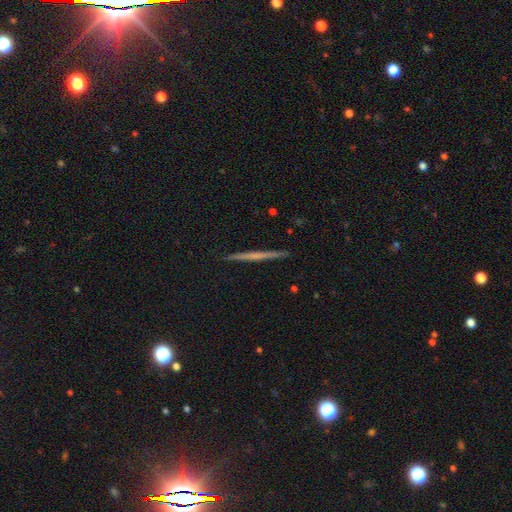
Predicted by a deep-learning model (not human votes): Smooth or featured?
  - featured or disk: 59% *
  - smooth: 35%
  - star or artifact: 6%
Edge-on disk?
  - yes: 98% *
  - no: 2%
Edge-on bulge?
  - none: 82% *
  - rounded: 13%
  - boxy: 5%
Merging?
  - none: 93% *
  - minor disturbance: 5%
  - major disturbance: 1%
  - merger: 1%